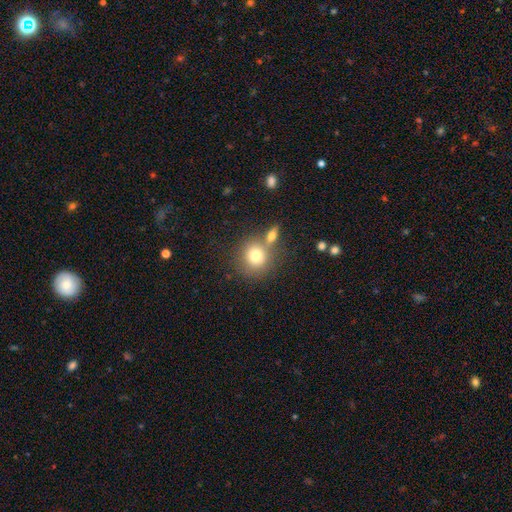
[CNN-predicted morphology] type=smooth (77%); roundness=round (86%); merging=none (58%).